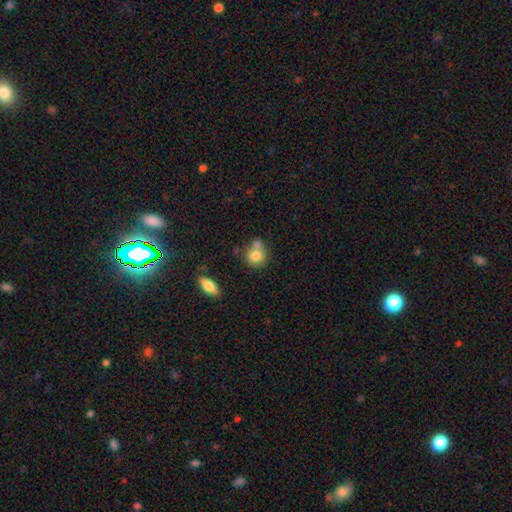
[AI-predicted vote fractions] Smooth or featured? smooth (79%)
How rounded? round (74%)
Merging? none (43%)